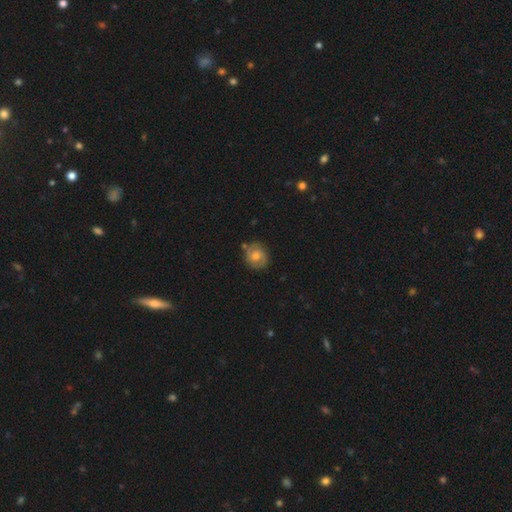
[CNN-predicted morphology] This appears to be a featured or disk galaxy (47%). Merging: none (77%).